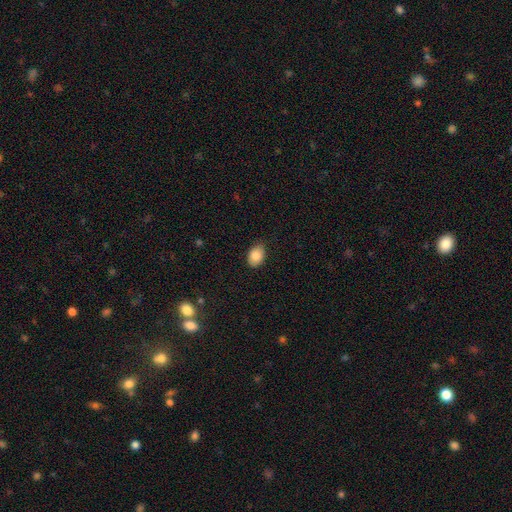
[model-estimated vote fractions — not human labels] Overall: smooth (87%). How rounded: in between (84%). Merging: none (80%).